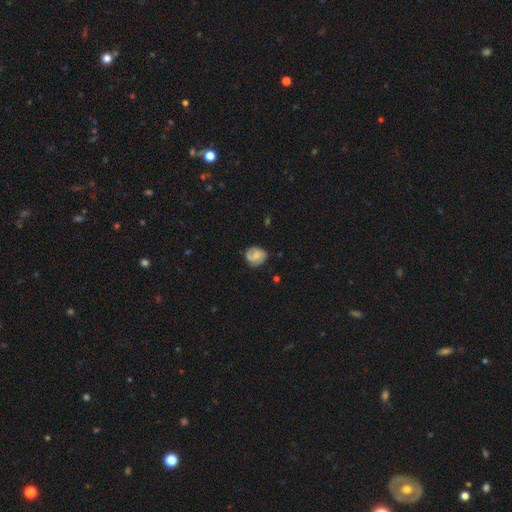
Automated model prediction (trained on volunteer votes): Smooth or featured? Predicted: featured or disk (p=0.49). Merging? Predicted: none (p=0.69).